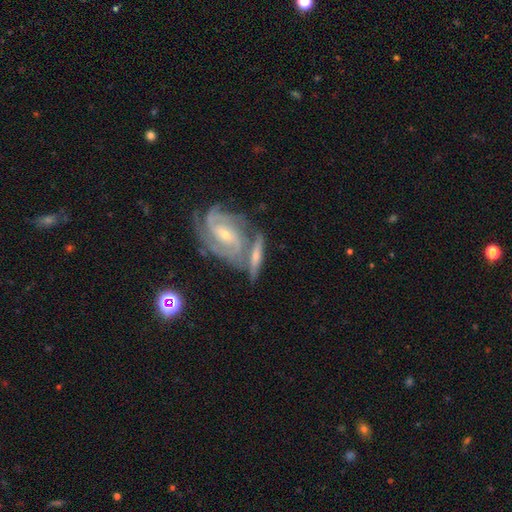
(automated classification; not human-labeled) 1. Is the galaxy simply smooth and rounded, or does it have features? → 70% featured or disk, 24% smooth, 6% star or artifact.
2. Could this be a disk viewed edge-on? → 72% no, 28% yes.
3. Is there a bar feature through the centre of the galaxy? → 45% no, 38% weak, 17% strong.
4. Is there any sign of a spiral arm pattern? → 86% yes, 14% no.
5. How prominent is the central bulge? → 59% small, 34% moderate, 3% large, 3% none, 1% dominant.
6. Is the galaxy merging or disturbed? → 42% merger, 39% none, 13% minor disturbance, 6% major disturbance.